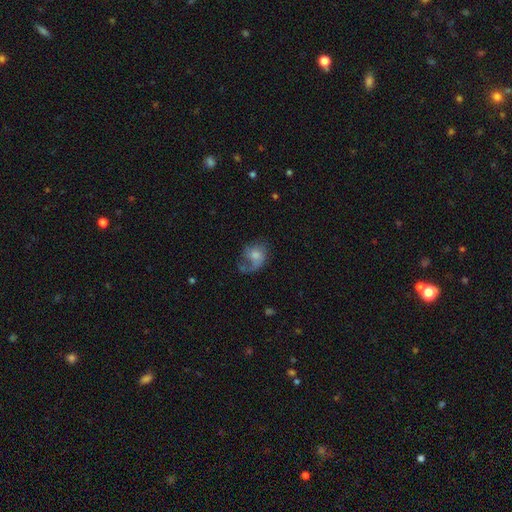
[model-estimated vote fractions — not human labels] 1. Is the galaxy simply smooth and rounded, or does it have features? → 47% featured or disk, 44% smooth, 9% star or artifact.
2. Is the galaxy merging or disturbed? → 38% major disturbance, 35% none, 23% minor disturbance, 4% merger.